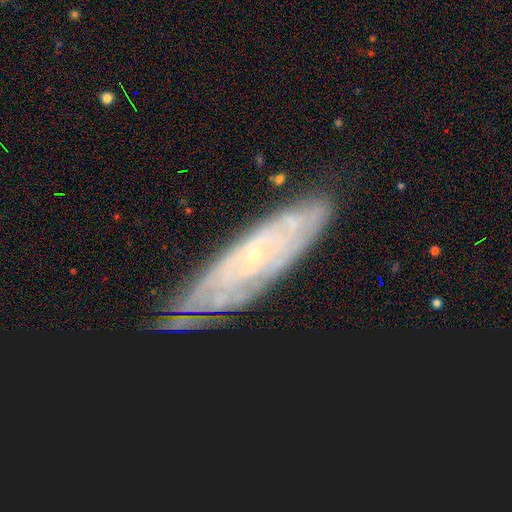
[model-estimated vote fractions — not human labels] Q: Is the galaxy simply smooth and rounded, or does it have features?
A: featured or disk — 73%.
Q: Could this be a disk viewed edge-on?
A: no — 75%.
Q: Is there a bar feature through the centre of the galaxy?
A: no — 65%.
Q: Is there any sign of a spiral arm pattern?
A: yes — 88%.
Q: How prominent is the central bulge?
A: small — 83%.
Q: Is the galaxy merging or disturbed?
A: none — 74%.